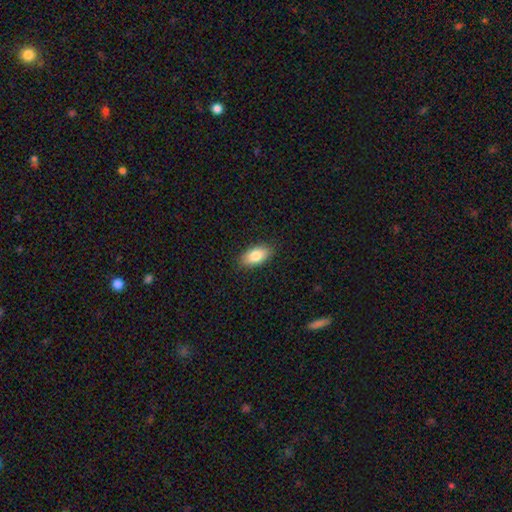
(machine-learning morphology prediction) This is clearly a smooth galaxy (83%). How rounded: clearly in between (91%). Merging: clearly none (88%).